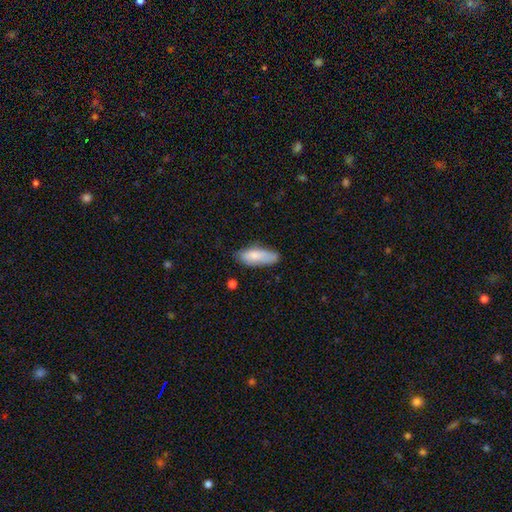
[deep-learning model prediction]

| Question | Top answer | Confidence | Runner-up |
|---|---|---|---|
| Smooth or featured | smooth | 80% | featured or disk (13%) |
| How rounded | in between | 70% | cigar-shaped (28%) |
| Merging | none | 62% | minor disturbance (29%) |